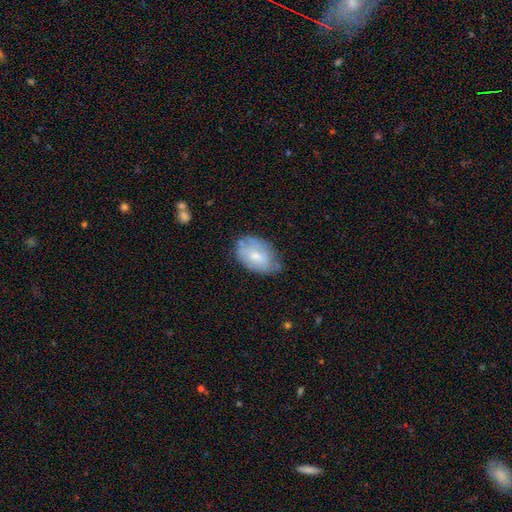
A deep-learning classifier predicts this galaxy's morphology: Smooth or featured?
  - smooth: 58% *
  - featured or disk: 35%
  - star or artifact: 7%
How rounded?
  - in between: 90% *
  - round: 9%
  - cigar-shaped: 1%
Merging?
  - none: 58% *
  - minor disturbance: 31%
  - major disturbance: 7%
  - merger: 3%